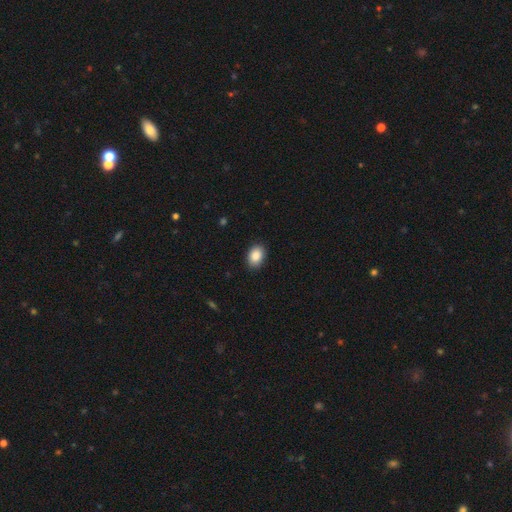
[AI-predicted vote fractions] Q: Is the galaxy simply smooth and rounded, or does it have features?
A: smooth — 88%.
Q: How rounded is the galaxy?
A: in between — 80%.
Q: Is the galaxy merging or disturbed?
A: none — 88%.